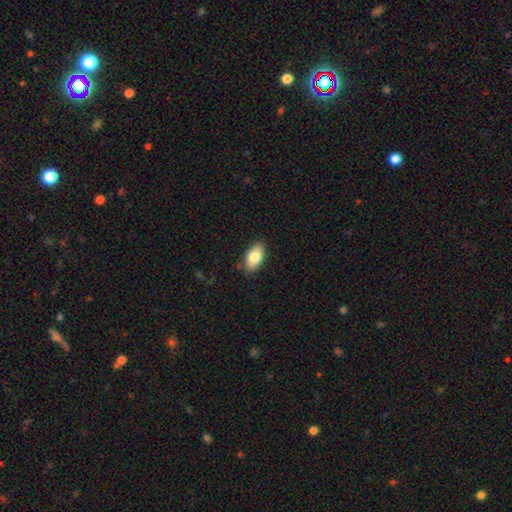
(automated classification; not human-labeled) This appears to be a smooth galaxy with no disk features (82%) that is in between round and cigar-shaped (93%). Merging: none (85%).